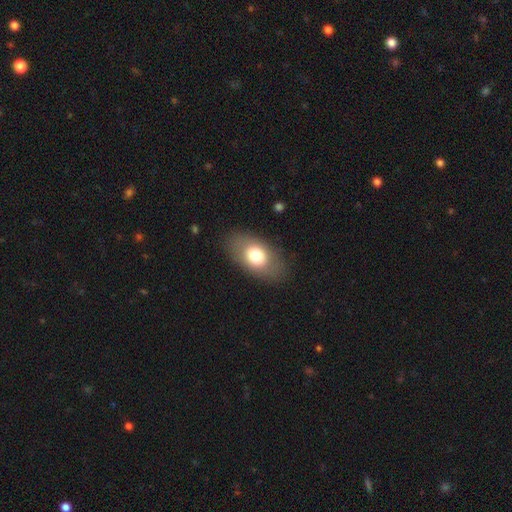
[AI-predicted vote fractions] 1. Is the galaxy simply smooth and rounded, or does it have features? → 72% smooth, 21% featured or disk, 8% star or artifact.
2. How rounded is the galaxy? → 89% in between, 10% round, 2% cigar-shaped.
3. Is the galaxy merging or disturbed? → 84% none, 11% minor disturbance, 5% major disturbance, 1% merger.